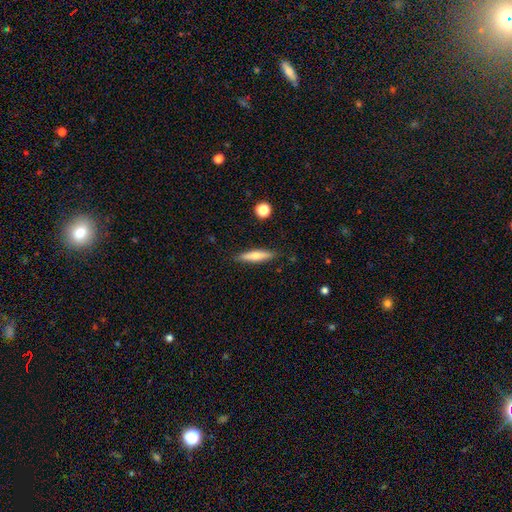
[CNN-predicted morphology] A smooth galaxy with no disk features (59%) that is cigar-shaped (84%). Merging: none (88%).